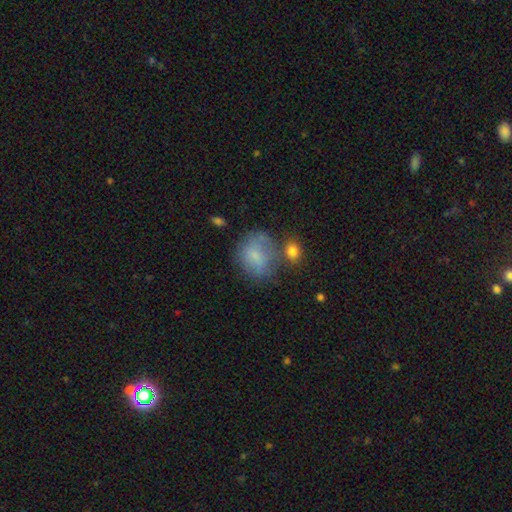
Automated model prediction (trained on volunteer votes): Overall: smooth (70%). How rounded: round (65%; in between 34%). Merging: none (48%; minor disturbance 25%).